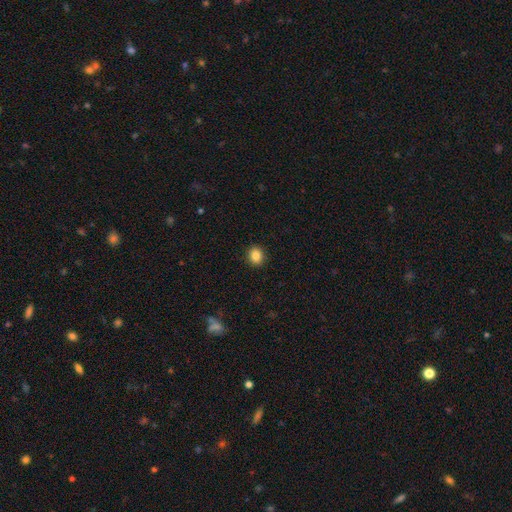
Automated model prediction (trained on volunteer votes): smooth 85%, star or artifact 10%, featured or disk 5%. Down the decision tree: how rounded — round (69%); merging — none (91%).